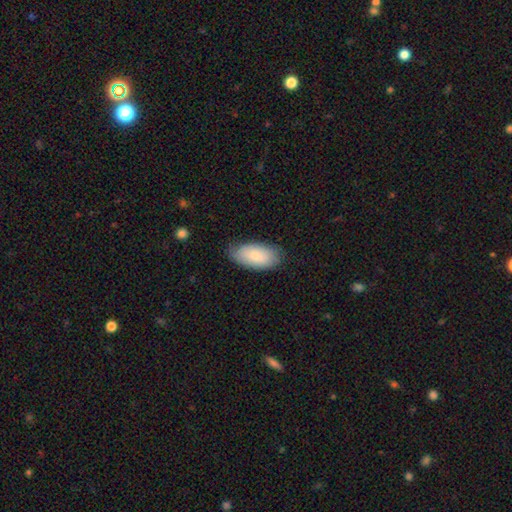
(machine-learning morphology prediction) A smooth galaxy with no disk features (78%) that is in between round and cigar-shaped (94%). Merging: none (75%).